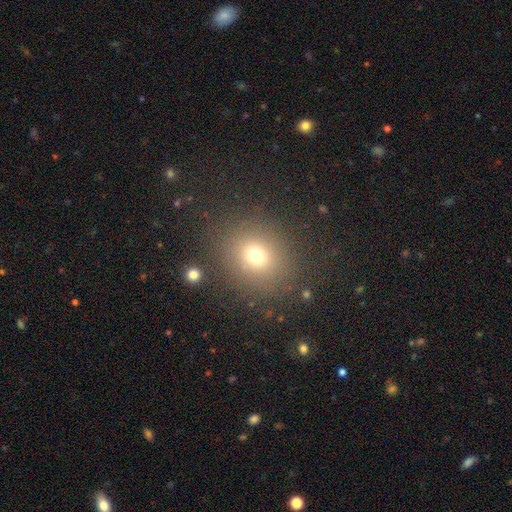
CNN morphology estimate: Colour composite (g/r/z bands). It shows a smooth galaxy with no disk features (71%) that is round (73%). Merging: none (83%).